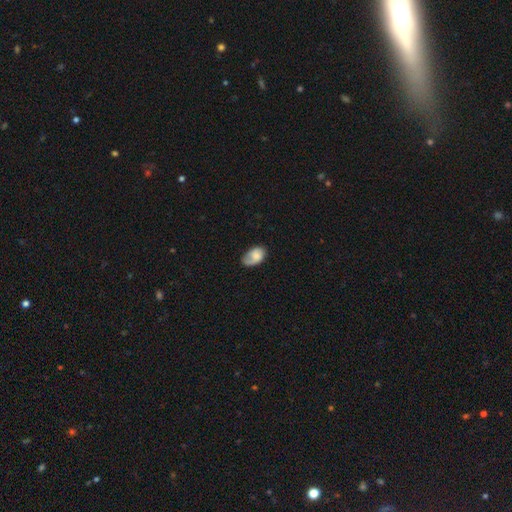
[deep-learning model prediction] smooth_or_featured: smooth (p=0.66) [alt: featured or disk p=0.27]
how_rounded: in between (p=0.90) [alt: round p=0.09]
merging: none (p=0.52) [alt: minor disturbance p=0.32]